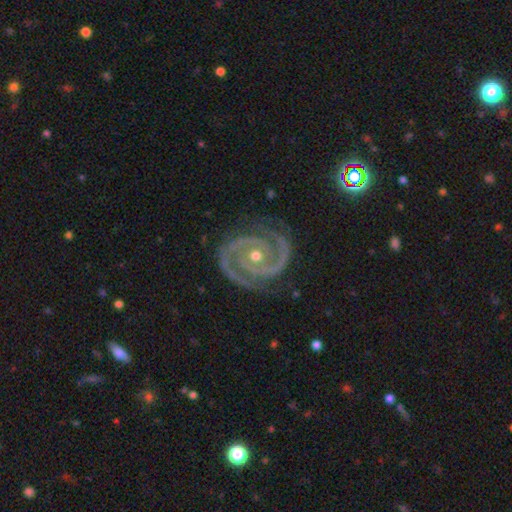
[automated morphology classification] Smooth or featured: featured or disk — 93% (star or artifact — 5%)
Edge-on disk: no — 98% (yes — 2%)
Bar: no — 62% (weak — 23%)
Spiral arms: yes — 99% (no — 1%)
Spiral winding: tight — 66% (medium — 30%)
Spiral arm count: 2 — 91% (3 — 4%)
Bulge size: small — 58% (moderate — 39%)
Merging: none — 83% (minor disturbance — 13%)